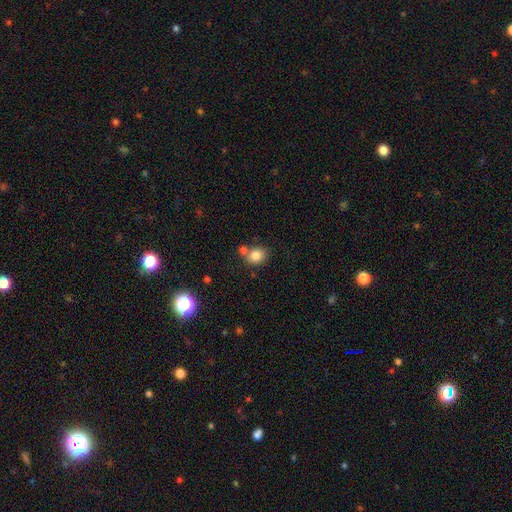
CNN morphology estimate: smooth 82%, star or artifact 11%, featured or disk 7%. Down the decision tree: how rounded — round (66%); merging — none (61%).